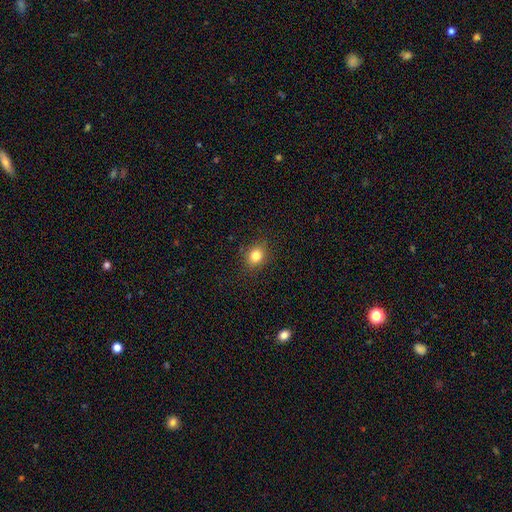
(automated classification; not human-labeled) Morphology: type=smooth (82%); roundness=round (57%); merging=none (87%).